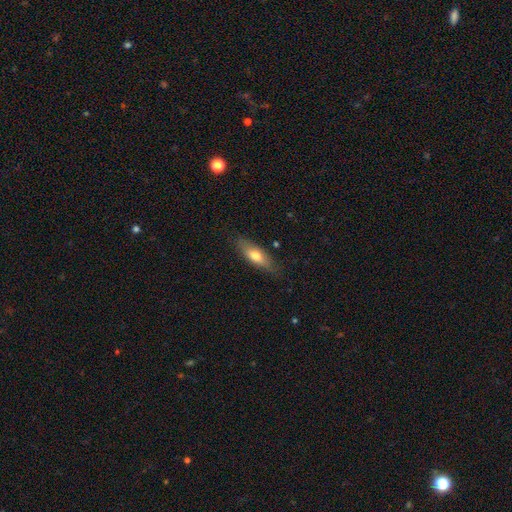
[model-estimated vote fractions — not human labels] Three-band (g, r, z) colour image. It shows a smooth galaxy with no disk features (67%) that is in between round and cigar-shaped (62%). Merging: none (81%).